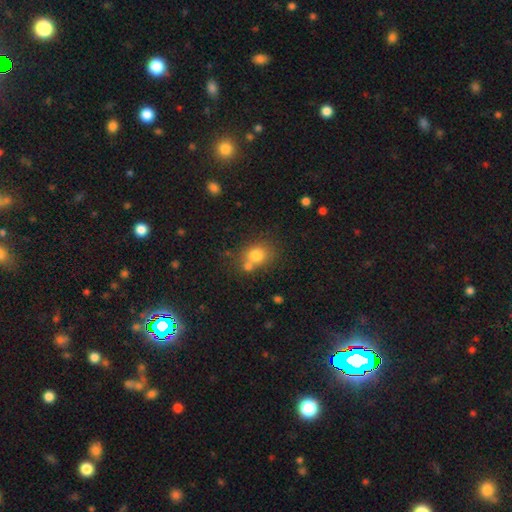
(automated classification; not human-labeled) A smooth galaxy with no disk features (77%) that is round (64%).

Vote fractions:
- Smooth or featured? smooth: 77% / star or artifact: 11% / featured or disk: 11%
- How rounded? round: 64% / in between: 35% / cigar-shaped: 1%
- Merging? none: 52% / merger: 32% / minor disturbance: 12% / major disturbance: 5%